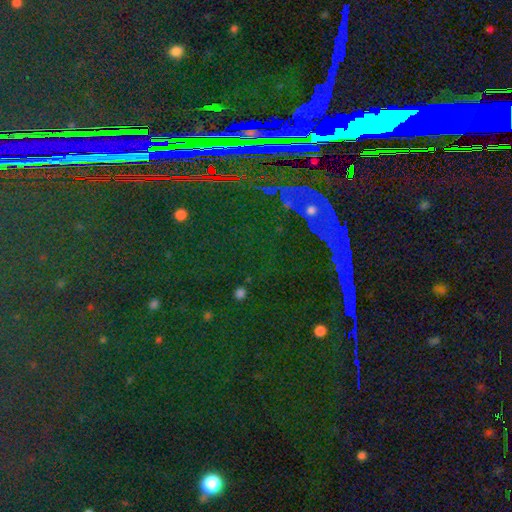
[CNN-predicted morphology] smooth_or_featured: star or artifact (p=0.84) [alt: smooth p=0.08]